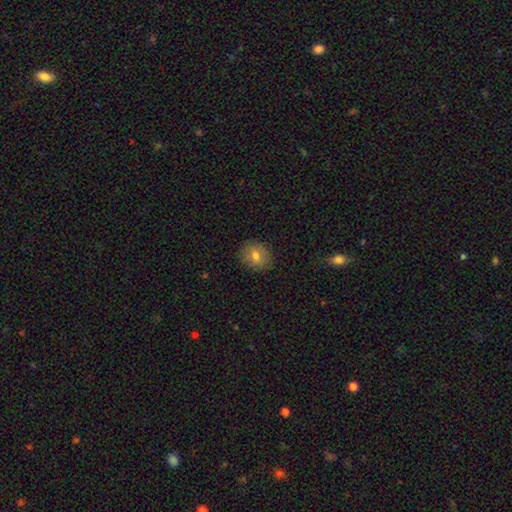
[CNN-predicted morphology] Q: Smooth or featured?
A: smooth (76%); runner-up: featured or disk (14%)
Q: How rounded?
A: round (64%); runner-up: in between (35%)
Q: Merging?
A: none (86%); runner-up: minor disturbance (10%)